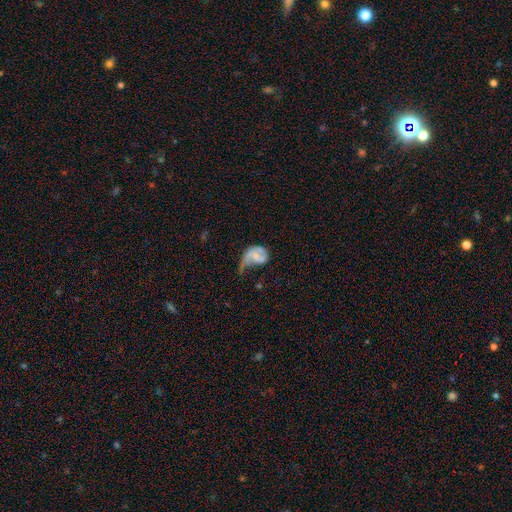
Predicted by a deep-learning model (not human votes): This appears to be a featured or disk galaxy (56%) with no bar (64%), spiral arms (68%) and no central bulge (51%). Merging: major disturbance (54%).